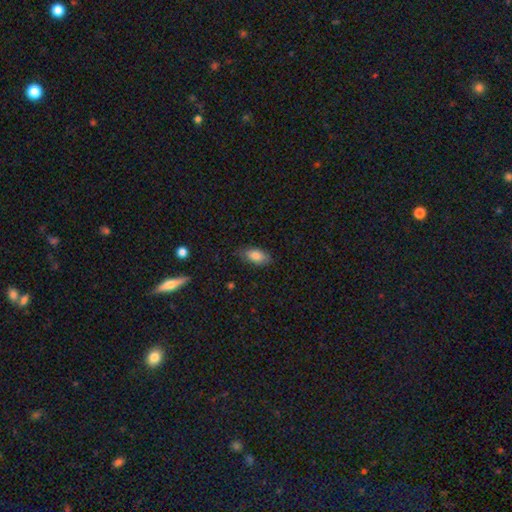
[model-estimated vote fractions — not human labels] A smooth galaxy with no disk features (84%) that is in between round and cigar-shaped (90%).

Vote fractions:
- Smooth or featured? smooth: 84% / featured or disk: 9% / star or artifact: 7%
- How rounded? in between: 90% / cigar-shaped: 7% / round: 4%
- Merging? none: 79% / minor disturbance: 16% / major disturbance: 4% / merger: 1%